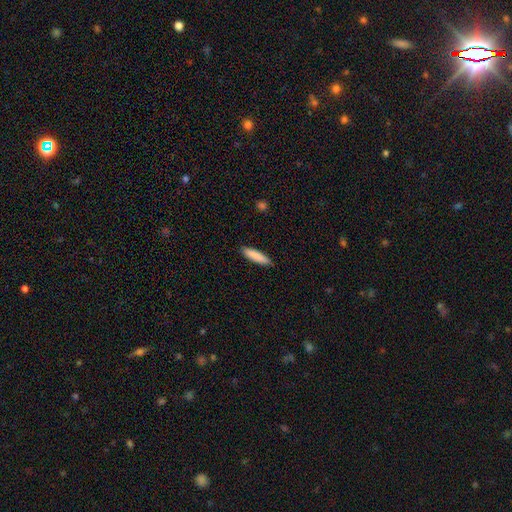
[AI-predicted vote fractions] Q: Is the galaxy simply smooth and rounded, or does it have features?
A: smooth — 88%.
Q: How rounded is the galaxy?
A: cigar-shaped — 74%.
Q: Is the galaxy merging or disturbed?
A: none — 90%.